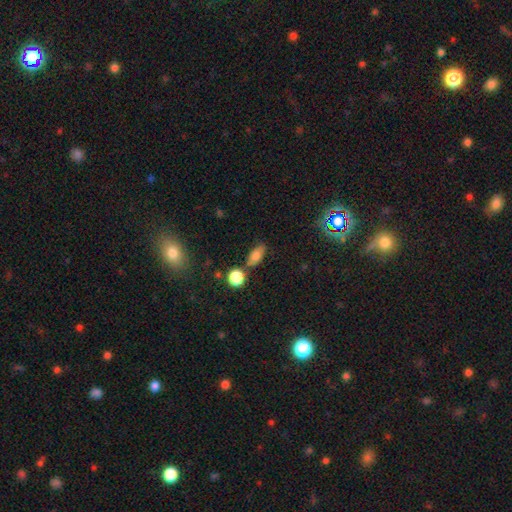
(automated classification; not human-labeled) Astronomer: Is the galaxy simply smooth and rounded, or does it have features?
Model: smooth — 71%.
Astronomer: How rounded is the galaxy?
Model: in between — 76%.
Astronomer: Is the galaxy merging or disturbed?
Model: none — 75%.